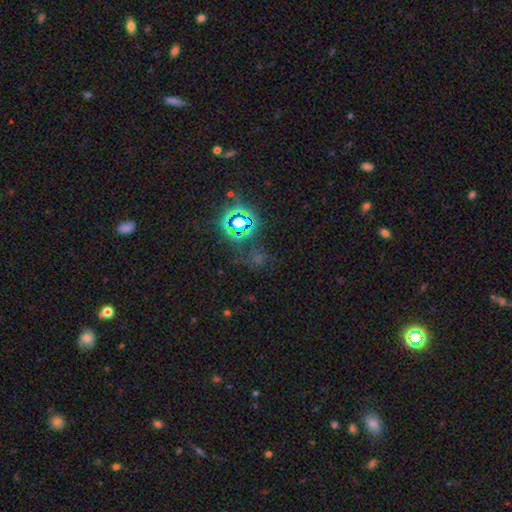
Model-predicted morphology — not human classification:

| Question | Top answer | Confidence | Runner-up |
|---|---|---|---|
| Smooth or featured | star or artifact | 68% | smooth (23%) |